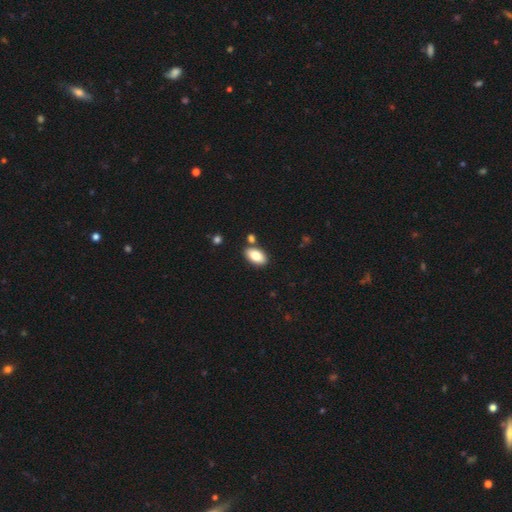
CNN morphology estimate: type=smooth (81%); roundness=in between (93%); merging=none (80%).